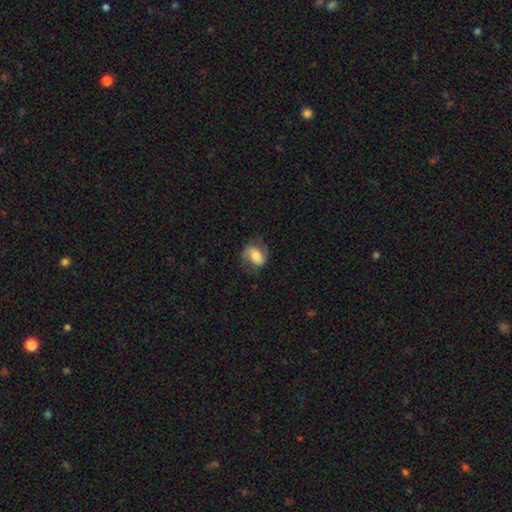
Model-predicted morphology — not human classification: smooth_or_featured: smooth (p=0.48) [alt: featured or disk p=0.44]
merging: none (p=0.64) [alt: minor disturbance p=0.22]